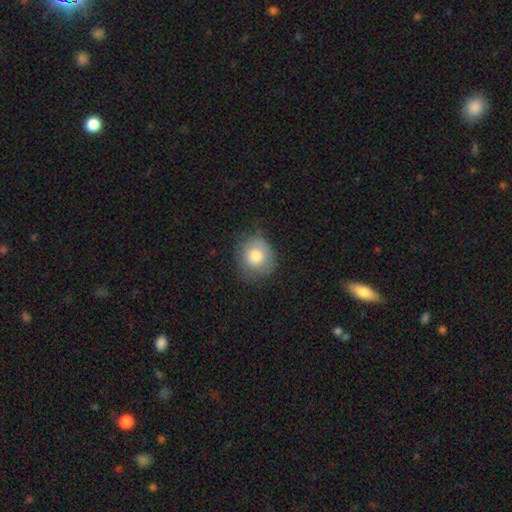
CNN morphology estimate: A smooth galaxy with no disk features (76%) that is round (82%).

Vote fractions:
- Smooth or featured? smooth: 76% / featured or disk: 16% / star or artifact: 8%
- How rounded? round: 82% / in between: 17% / cigar-shaped: 1%
- Merging? none: 70% / minor disturbance: 22% / major disturbance: 7% / merger: 1%